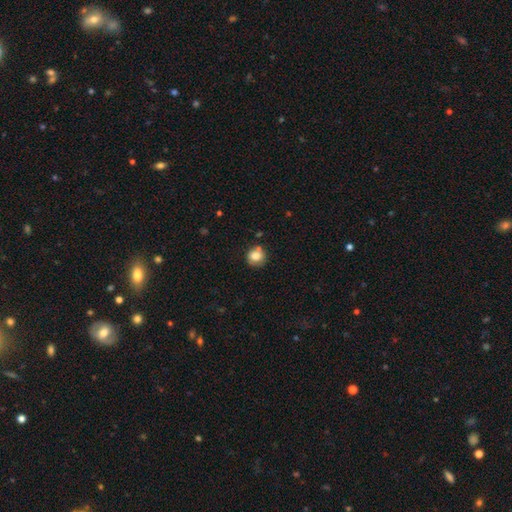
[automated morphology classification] smooth_or_featured: smooth (p=0.82) [alt: star or artifact p=0.10]
how_rounded: round (p=0.88) [alt: in between p=0.11]
merging: none (p=0.73) [alt: minor disturbance p=0.15]